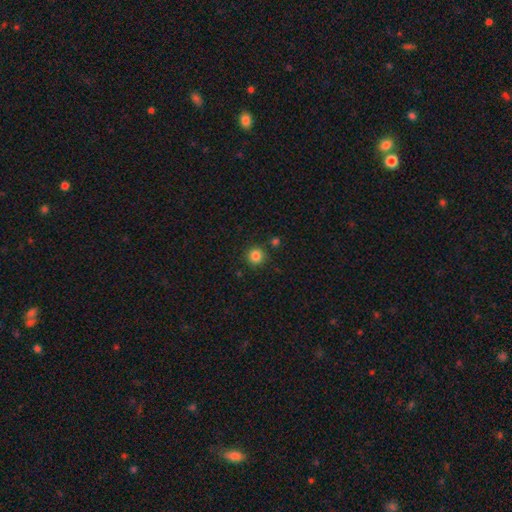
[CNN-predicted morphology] Smooth or featured: smooth — 83% (star or artifact — 12%)
How rounded: round — 95% (in between — 4%)
Merging: none — 87% (minor disturbance — 7%)